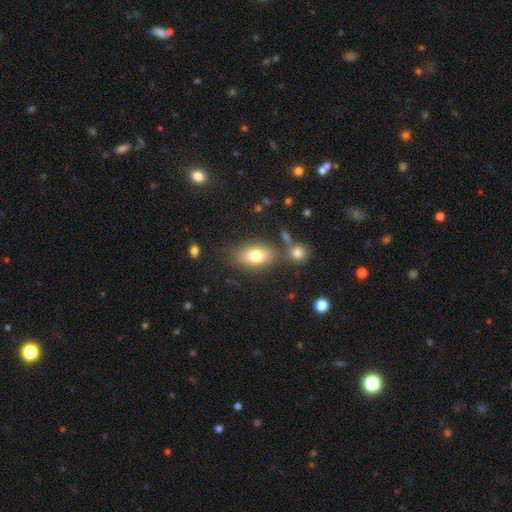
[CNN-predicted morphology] A smooth galaxy with no disk features (77%) that is in between round and cigar-shaped (84%). Merging: none (69%).